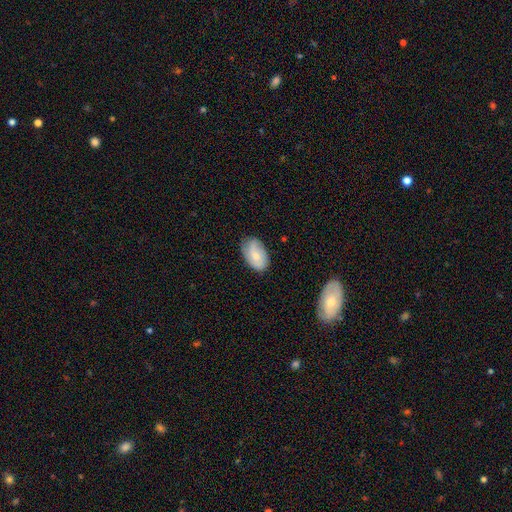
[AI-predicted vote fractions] Overall: smooth (62%; featured or disk 31%). How rounded: in between (92%). Merging: none (69%).